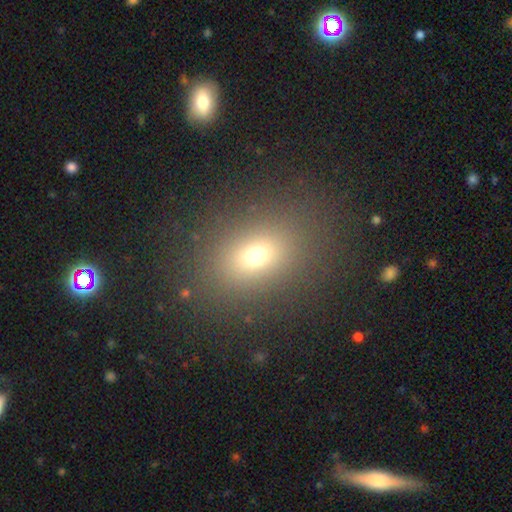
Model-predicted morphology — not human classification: smooth 69%, star or artifact 19%, featured or disk 12%. Down the decision tree: how rounded — in between (55%); merging — none (84%).